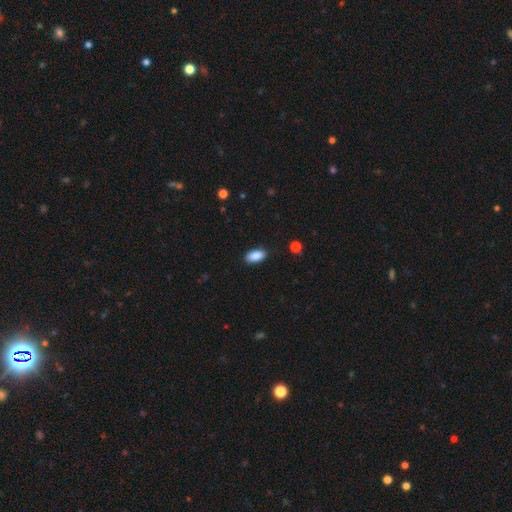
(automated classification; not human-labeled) This is clearly a smooth galaxy (89%). How rounded: clearly in between (92%). Merging: clearly none (88%).